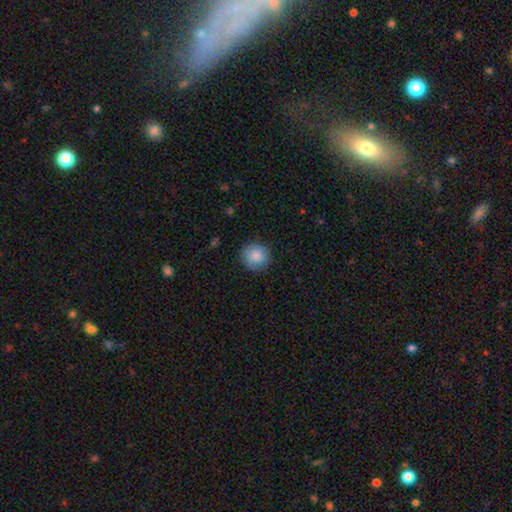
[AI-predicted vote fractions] This is clearly a smooth galaxy (86%). How rounded: clearly round (90%). Merging: clearly none (86%).